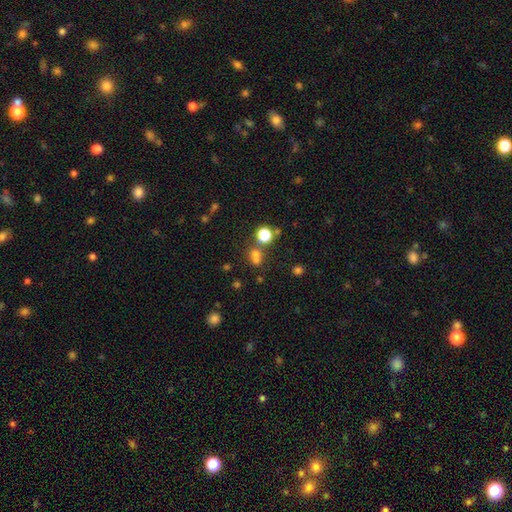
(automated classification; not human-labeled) This is likely a smooth galaxy (61%). How rounded: likely round (71%). Merging: possibly none (51%).